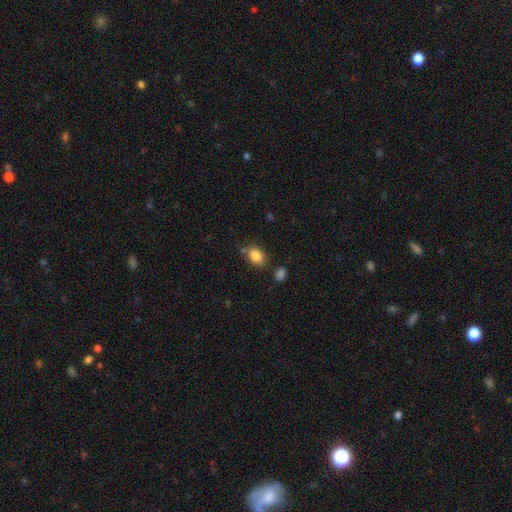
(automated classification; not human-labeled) Smooth or featured: smooth — 85% (star or artifact — 9%)
How rounded: in between — 72% (round — 27%)
Merging: none — 71% (minor disturbance — 16%)